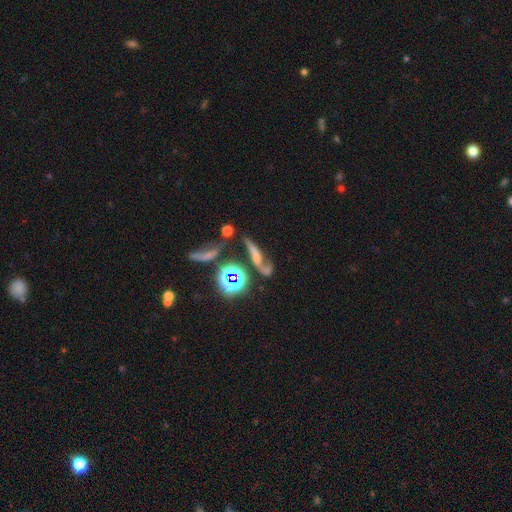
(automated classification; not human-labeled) This is marginally a featured or disk galaxy (38%). Merging: marginally none (35%).